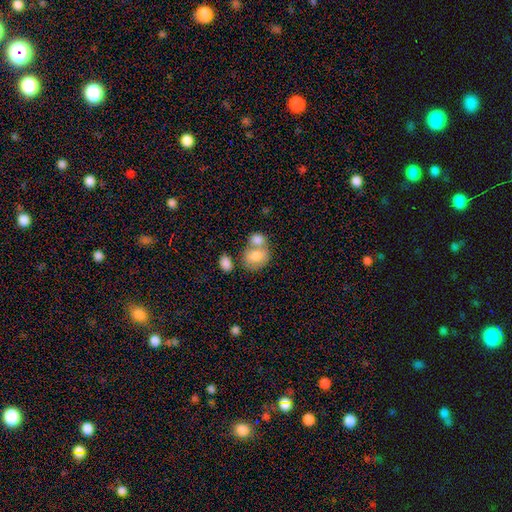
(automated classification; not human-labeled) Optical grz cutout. It shows a smooth galaxy with no disk features (75%) that is in between round and cigar-shaped (52%). Merging: merger (53%).